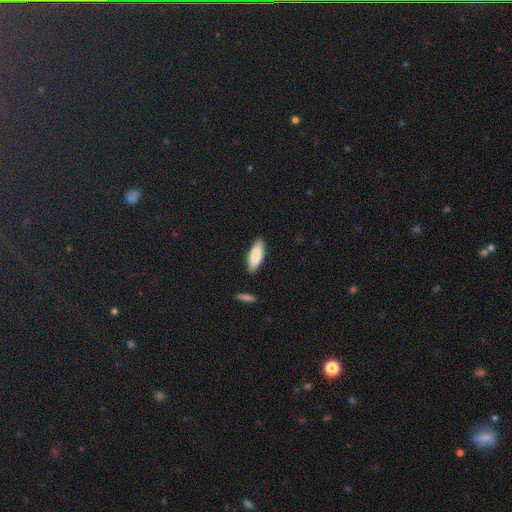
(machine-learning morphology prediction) Overall: smooth (87%). How rounded: in between (66%; cigar-shaped 32%). Merging: none (86%).